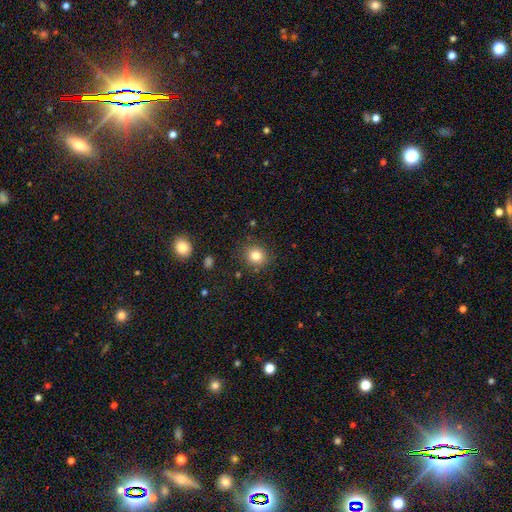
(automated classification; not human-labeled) smooth_or_featured: smooth (p=0.83) [alt: star or artifact p=0.11]
how_rounded: round (p=0.84) [alt: in between p=0.15]
merging: none (p=0.86) [alt: minor disturbance p=0.09]